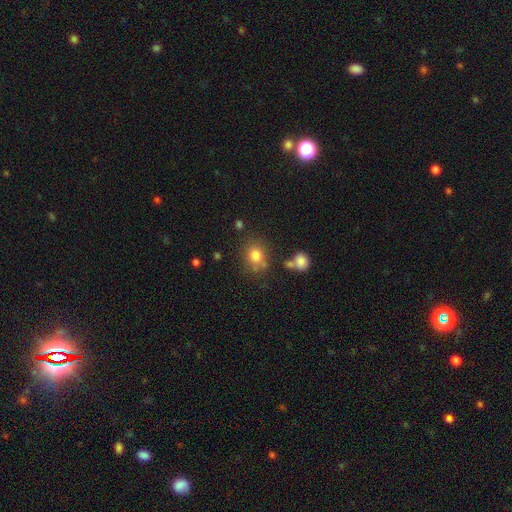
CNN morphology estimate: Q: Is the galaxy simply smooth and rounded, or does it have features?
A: smooth — 79%.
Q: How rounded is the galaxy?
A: round — 61%.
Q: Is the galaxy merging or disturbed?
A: none — 68%.